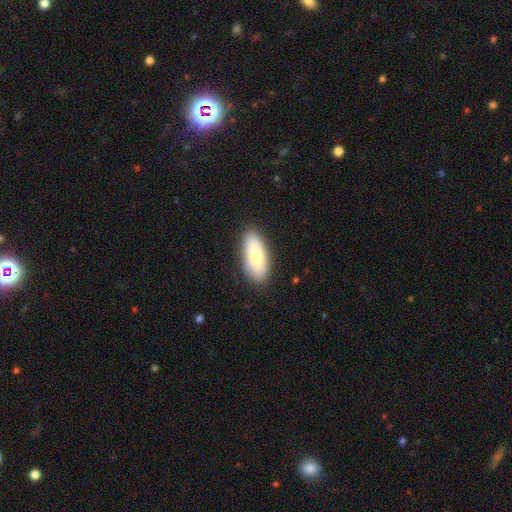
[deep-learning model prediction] Morphology: type=smooth (76%); roundness=in between (80%); merging=none (85%).